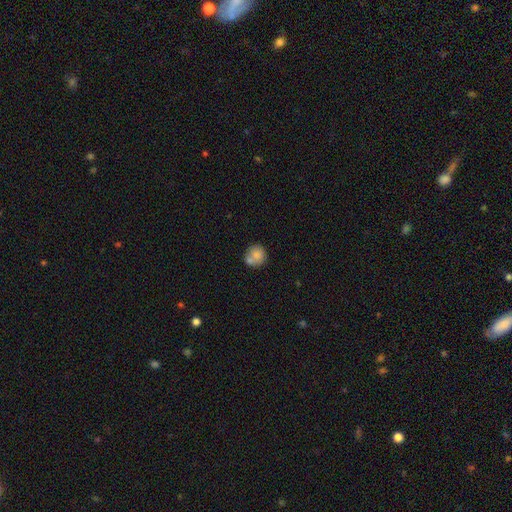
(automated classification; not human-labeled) The model was most divided on "merging": none: 49%, merger: 32%, minor disturbance: 14%, major disturbance: 5%. More confident: how rounded — round (84%); smooth or featured — smooth (78%).